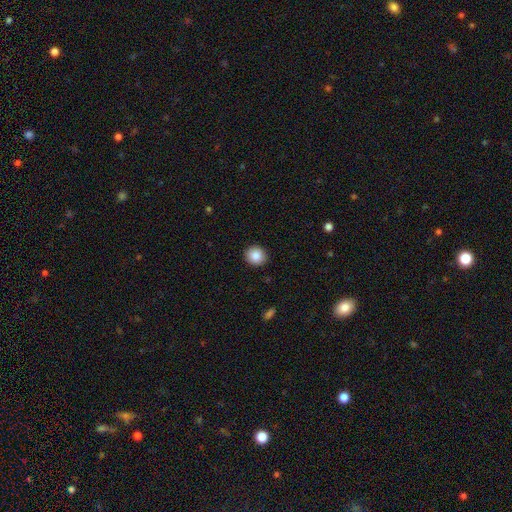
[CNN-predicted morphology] A smooth galaxy with no disk features (86%) that is round (85%). Merging: none (92%).